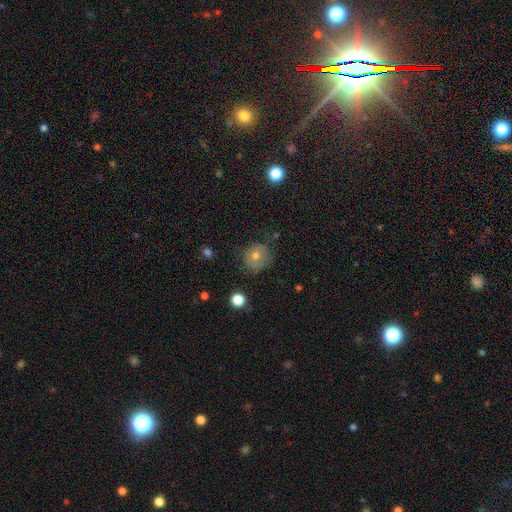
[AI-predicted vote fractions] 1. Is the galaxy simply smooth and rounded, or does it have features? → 58% smooth, 26% featured or disk, 15% star or artifact.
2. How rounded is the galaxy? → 89% round, 10% in between, 1% cigar-shaped.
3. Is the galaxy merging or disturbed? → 71% none, 20% minor disturbance, 7% major disturbance, 2% merger.